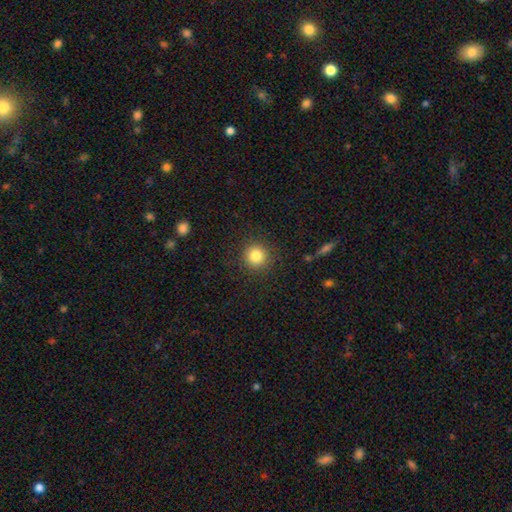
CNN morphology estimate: Smooth or featured: smooth — 83% (star or artifact — 11%)
How rounded: round — 95% (in between — 4%)
Merging: none — 90% (minor disturbance — 6%)